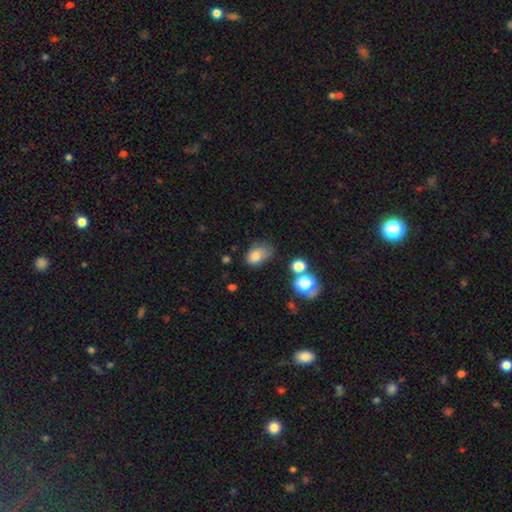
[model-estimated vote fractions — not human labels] The model was most divided on "merging": none: 43%, minor disturbance: 36%, major disturbance: 16%, merger: 6%. More confident: how rounded — in between (79%); smooth or featured — smooth (78%).